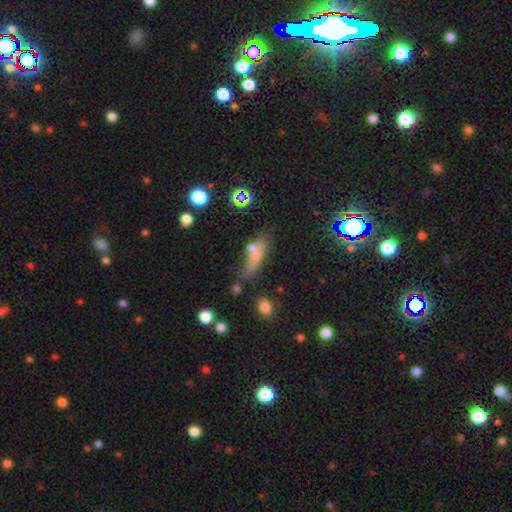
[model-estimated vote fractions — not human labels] A smooth galaxy with no disk features (54%) that is cigar-shaped (49%).

Vote fractions:
- Smooth or featured? smooth: 54% / featured or disk: 27% / star or artifact: 19%
- How rounded? cigar-shaped: 49% / in between: 44% / round: 7%
- Merging? none: 48% / merger: 24% / minor disturbance: 18% / major disturbance: 10%